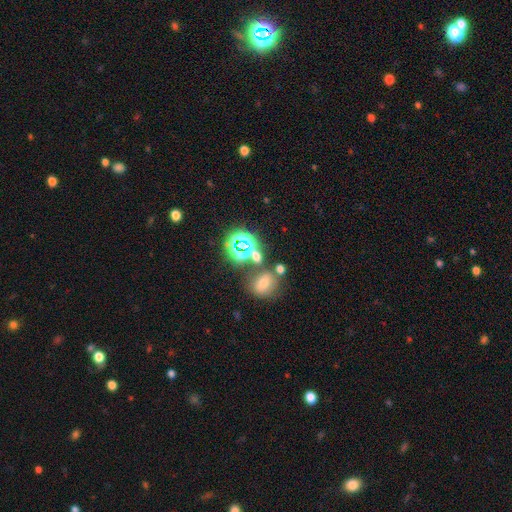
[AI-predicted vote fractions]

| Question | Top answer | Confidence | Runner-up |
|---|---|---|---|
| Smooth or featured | star or artifact | 47% | smooth (44%) |